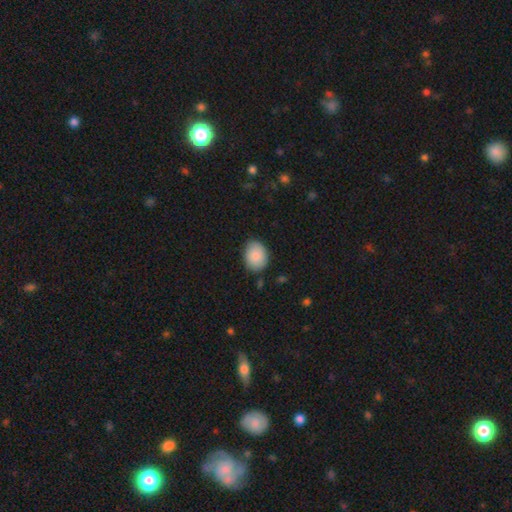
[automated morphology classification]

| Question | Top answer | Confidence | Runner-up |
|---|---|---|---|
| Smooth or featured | smooth | 88% | star or artifact (7%) |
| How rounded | in between | 60% | round (39%) |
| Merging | none | 81% | minor disturbance (14%) |